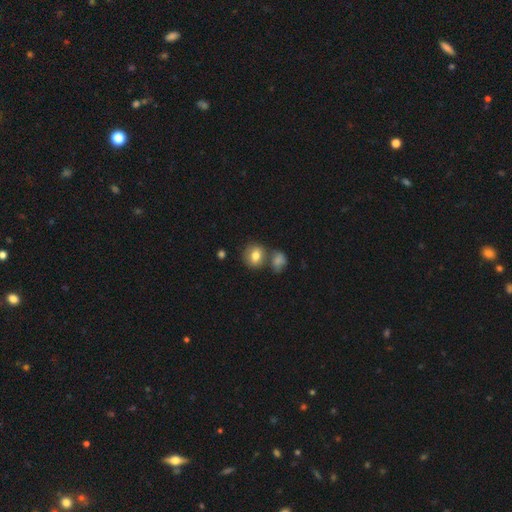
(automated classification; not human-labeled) Q: Smooth or featured?
A: smooth (79%); runner-up: featured or disk (12%)
Q: How rounded?
A: round (67%); runner-up: in between (32%)
Q: Merging?
A: none (57%); runner-up: merger (27%)